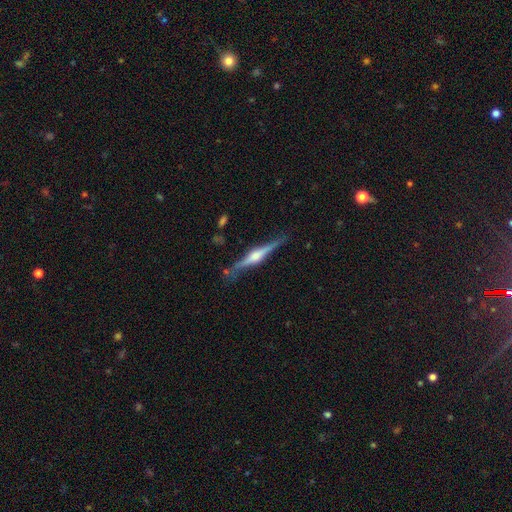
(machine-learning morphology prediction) Smooth or featured: featured or disk — 81% (smooth — 14%)
Edge-on disk: yes — 98% (no — 2%)
Edge-on bulge: rounded — 89% (boxy — 9%)
Merging: none — 84% (minor disturbance — 11%)